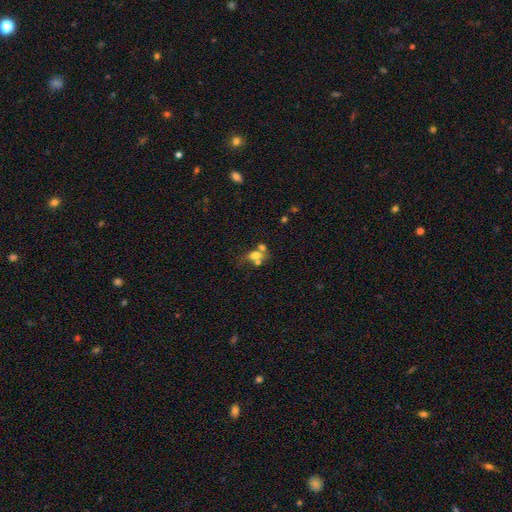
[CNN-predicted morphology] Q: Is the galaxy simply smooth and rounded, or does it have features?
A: smooth — 63%.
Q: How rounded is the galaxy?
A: in between — 63%.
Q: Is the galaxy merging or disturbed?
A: merger — 52%.